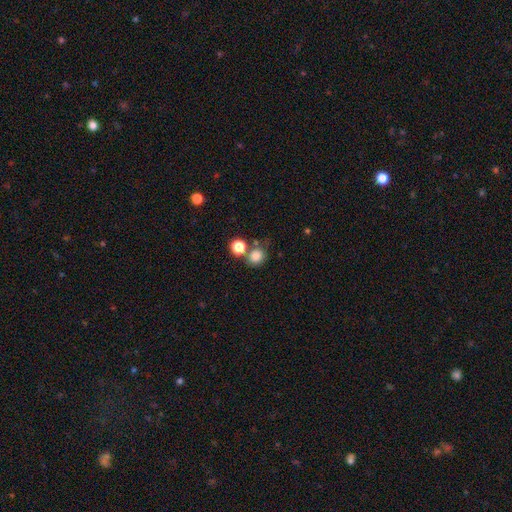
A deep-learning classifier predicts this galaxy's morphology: This appears to be a smooth galaxy with no disk features (81%) that is round (80%). Merging: none (60%).